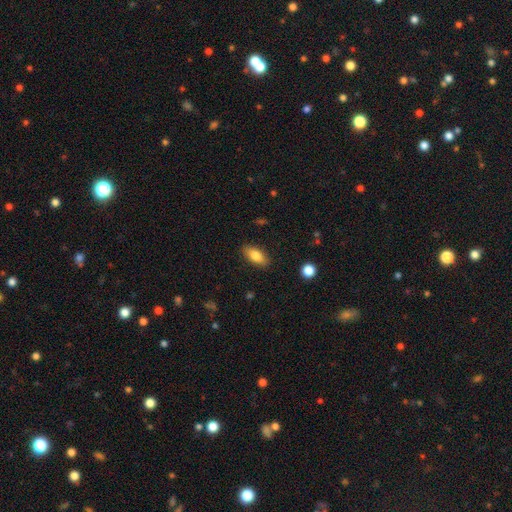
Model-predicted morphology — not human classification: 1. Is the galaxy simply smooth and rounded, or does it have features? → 82% smooth, 11% featured or disk, 7% star or artifact.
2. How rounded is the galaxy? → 87% in between, 10% cigar-shaped, 3% round.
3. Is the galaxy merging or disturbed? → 87% none, 10% minor disturbance, 2% major disturbance, 1% merger.